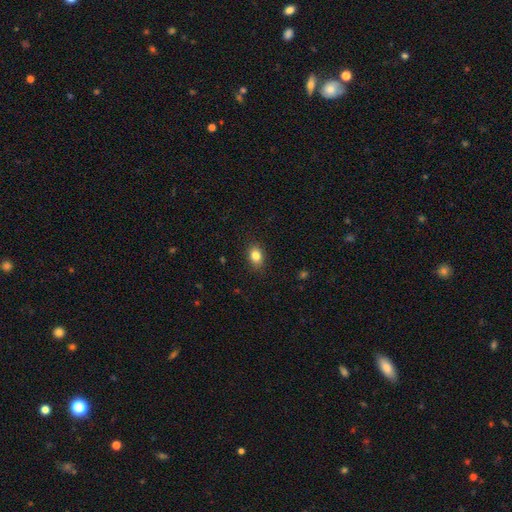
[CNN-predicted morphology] smooth 83%, star or artifact 10%, featured or disk 7%. Down the decision tree: how rounded — in between (71%); merging — none (87%).